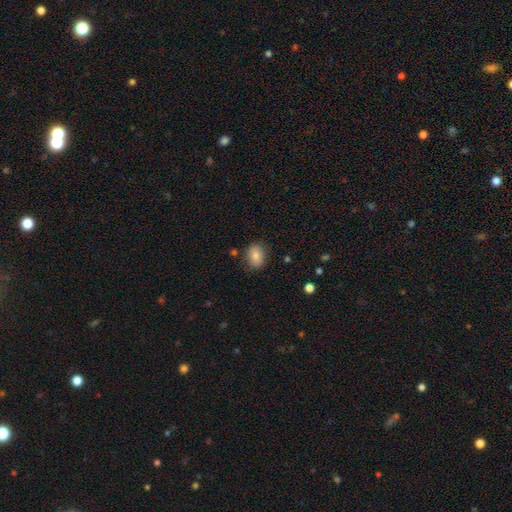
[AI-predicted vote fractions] smooth 82%, featured or disk 9%, star or artifact 9%. Down the decision tree: how rounded — in between (60%); merging — none (82%).